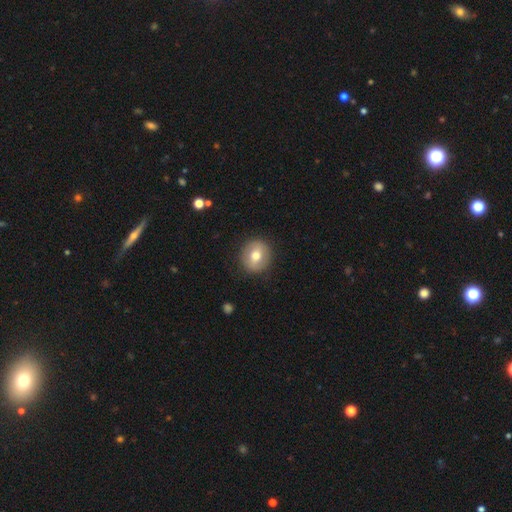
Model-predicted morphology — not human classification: Overall: smooth (64%; featured or disk 28%). How rounded: round (87%). Merging: none (89%).